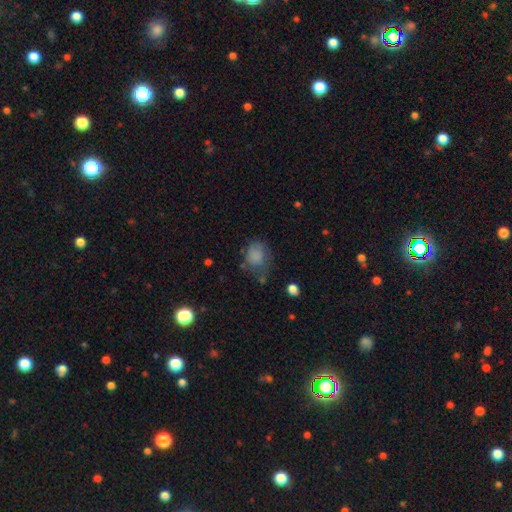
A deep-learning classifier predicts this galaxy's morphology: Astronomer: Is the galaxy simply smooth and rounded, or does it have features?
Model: smooth — 79%.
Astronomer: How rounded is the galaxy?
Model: in between — 52% (runner-up: round, 47%).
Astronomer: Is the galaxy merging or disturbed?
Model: none — 44% (runner-up: minor disturbance, 31%).